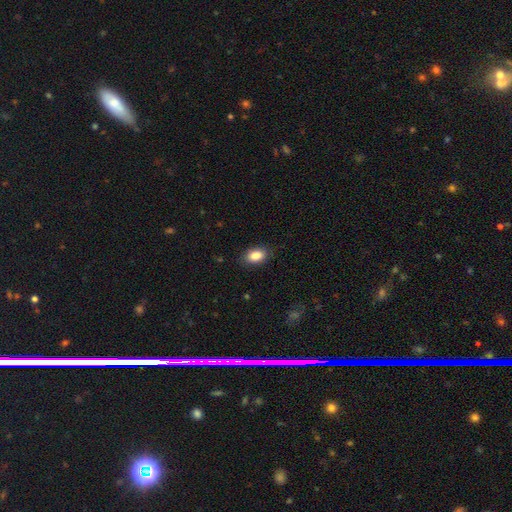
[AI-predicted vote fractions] A smooth galaxy with no disk features (87%) that is in between round and cigar-shaped (90%). Merging: none (85%).